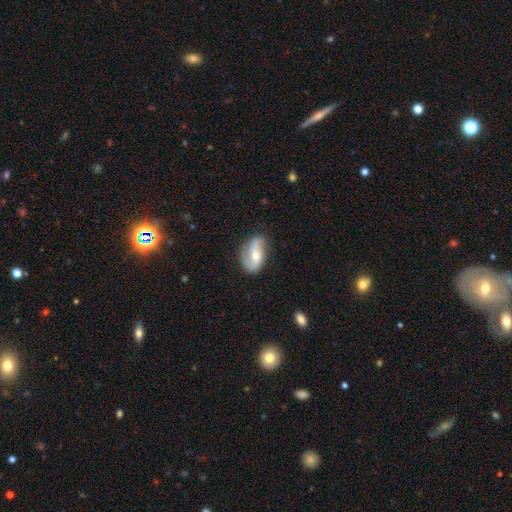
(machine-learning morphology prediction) type=featured or disk (72%); edge-on=no (96%); bar=no (48%); spiral arms=yes (91%); winding=loose (57%); arm count=2 (87%); bulge=moderate (60%); merging=none (73%).